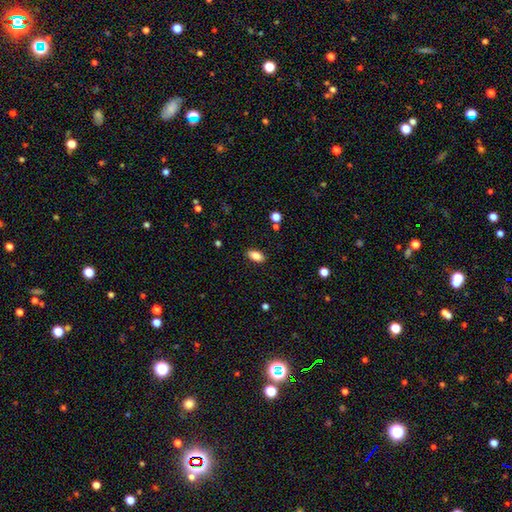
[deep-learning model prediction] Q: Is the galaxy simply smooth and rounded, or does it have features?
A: smooth — 83%.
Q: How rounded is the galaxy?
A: in between — 90%.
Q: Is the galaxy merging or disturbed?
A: none — 88%.